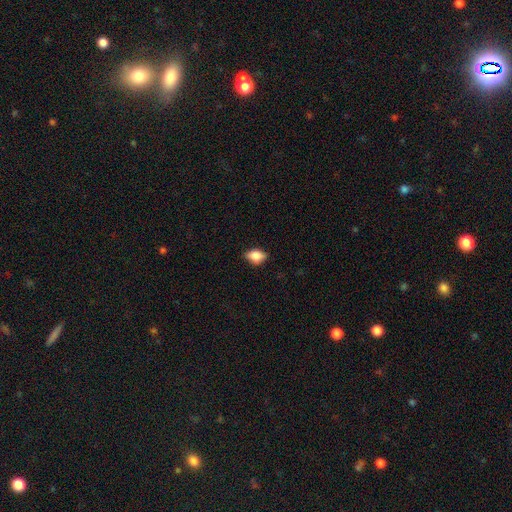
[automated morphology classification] Smooth or featured? Predicted: smooth (p=0.81). How rounded? Predicted: in between (p=0.81). Merging? Predicted: none (p=0.79).